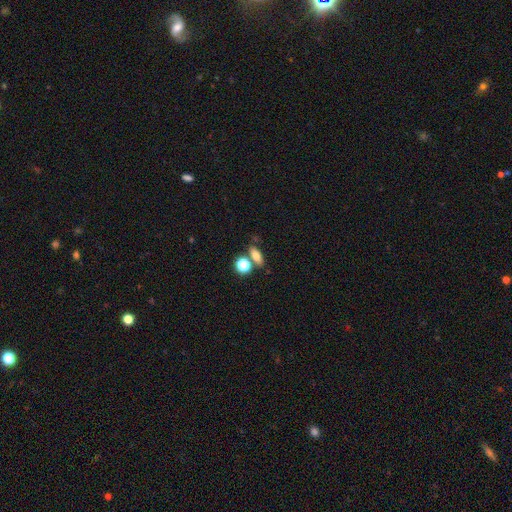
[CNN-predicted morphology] smooth 74%, featured or disk 13%, star or artifact 13%. Down the decision tree: how rounded — in between (67%); merging — none (66%).